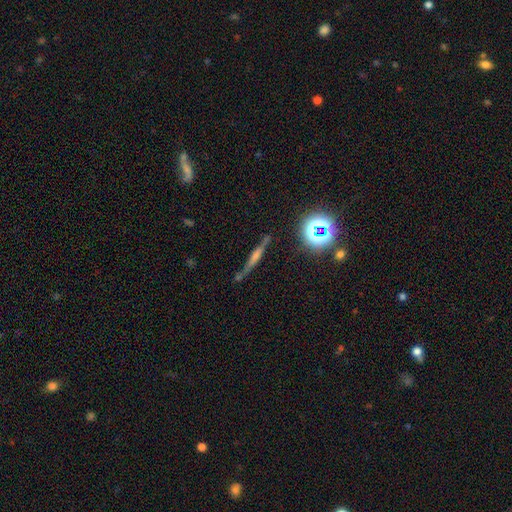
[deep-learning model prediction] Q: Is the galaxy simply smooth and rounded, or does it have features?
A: featured or disk — 59%.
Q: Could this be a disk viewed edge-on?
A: yes — 94%.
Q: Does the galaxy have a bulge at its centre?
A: rounded — 64%.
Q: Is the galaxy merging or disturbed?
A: none — 83%.